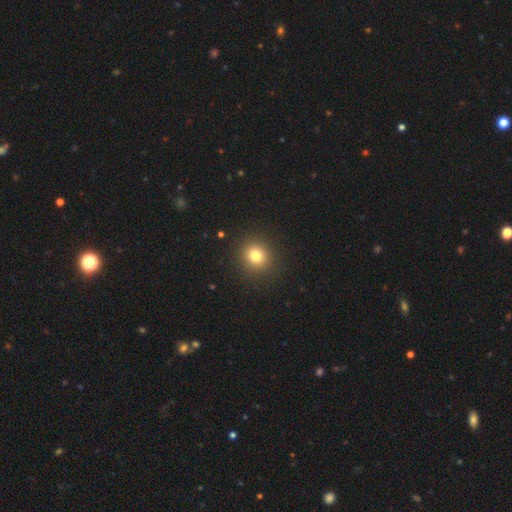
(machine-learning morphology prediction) The model was most divided on "smooth or featured": smooth: 79%, star or artifact: 14%, featured or disk: 7%. More confident: merging — none (91%); how rounded — round (89%).